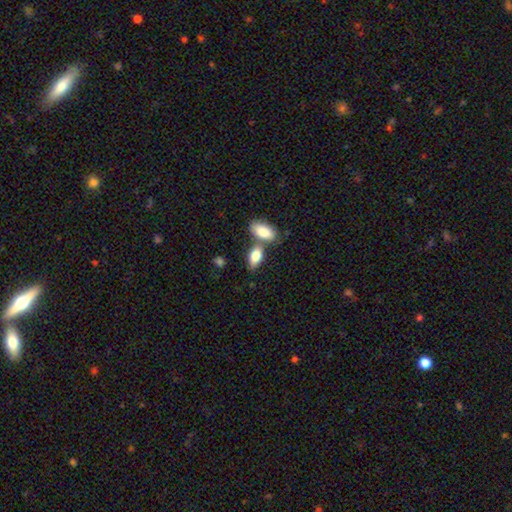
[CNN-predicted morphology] smooth_or_featured: smooth (p=0.82) [alt: featured or disk p=0.12]
how_rounded: in between (p=0.89) [alt: cigar-shaped p=0.07]
merging: none (p=0.49) [alt: merger p=0.36]